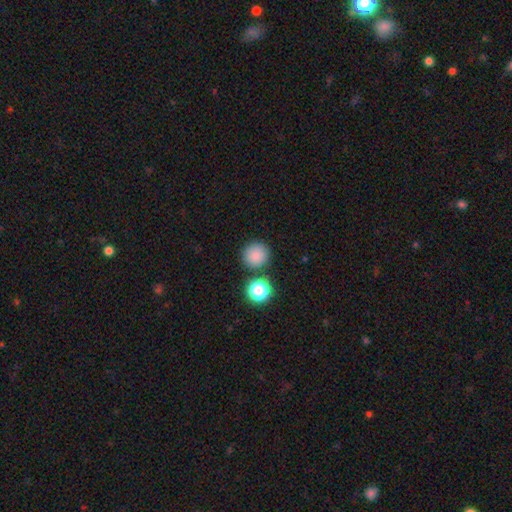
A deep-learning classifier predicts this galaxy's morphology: Overall: smooth (82%). How rounded: round (93%). Merging: none (81%).